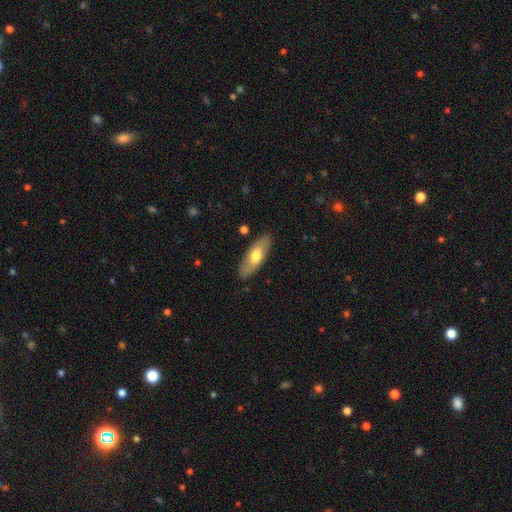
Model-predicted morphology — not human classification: smooth-or-featured: smooth: 61% | featured or disk: 34% | star or artifact: 5%
  how-rounded: in between: 74% | cigar-shaped: 24% | round: 2%
  merging: none: 86% | minor disturbance: 10% | major disturbance: 2% | merger: 1%